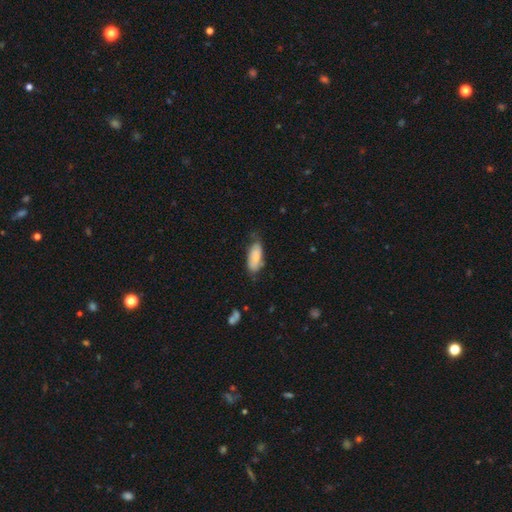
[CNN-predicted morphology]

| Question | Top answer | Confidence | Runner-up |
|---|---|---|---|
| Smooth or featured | smooth | 73% | featured or disk (21%) |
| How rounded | in between | 82% | cigar-shaped (16%) |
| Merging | none | 59% | minor disturbance (32%) |